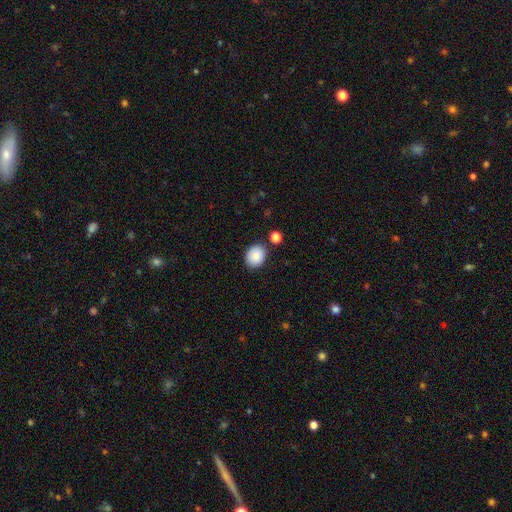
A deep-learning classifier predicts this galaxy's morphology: smooth 83%, featured or disk 9%, star or artifact 8%. Down the decision tree: how rounded — round (57%); merging — none (84%).